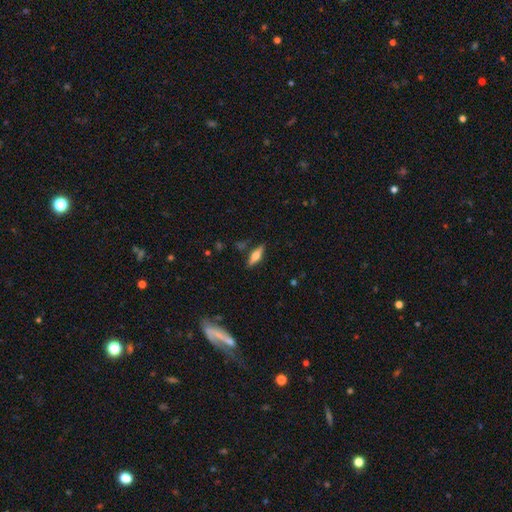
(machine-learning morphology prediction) Smooth or featured?
  - featured or disk: 47% *
  - smooth: 46%
  - star or artifact: 7%
Merging?
  - none: 83% *
  - minor disturbance: 11%
  - merger: 3%
  - major disturbance: 3%